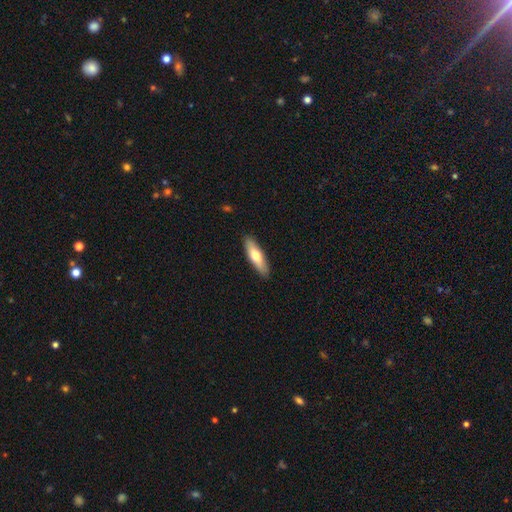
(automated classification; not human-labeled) A smooth galaxy with no disk features (66%) that is cigar-shaped (60%). Merging: none (89%).